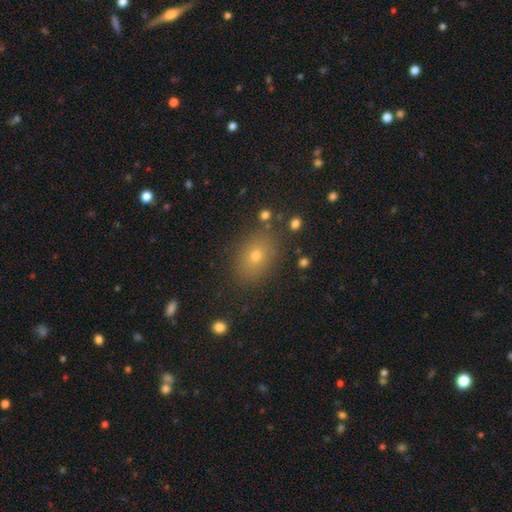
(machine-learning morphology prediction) This appears to be a smooth galaxy with no disk features (64%) that is in between round and cigar-shaped (54%). Merging: none (85%).